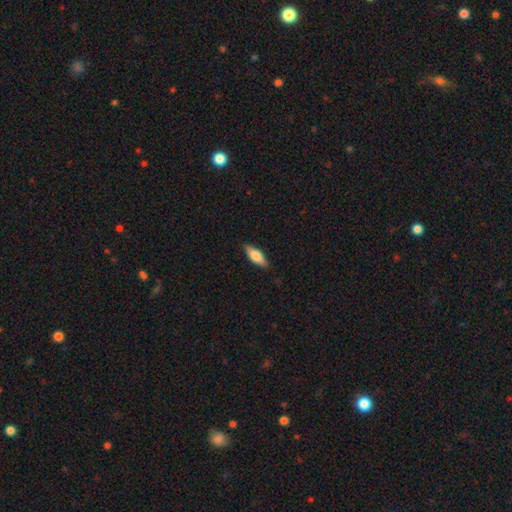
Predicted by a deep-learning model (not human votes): Smooth or featured? Predicted: smooth (p=0.65). How rounded? Predicted: in between (p=0.64). Merging? Predicted: none (p=0.87).